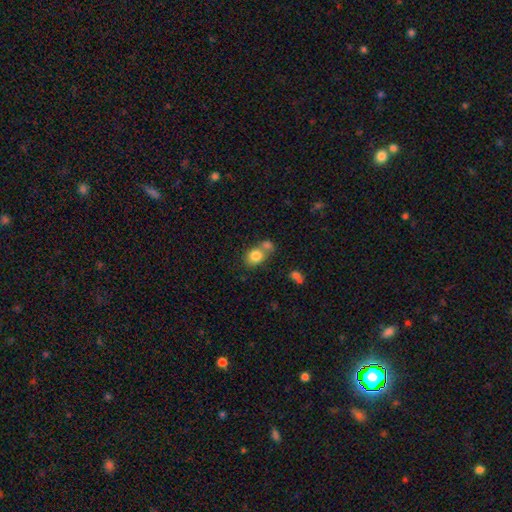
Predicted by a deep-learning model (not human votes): A smooth galaxy with no disk features (81%) that is round (52%). Merging: none (45%).